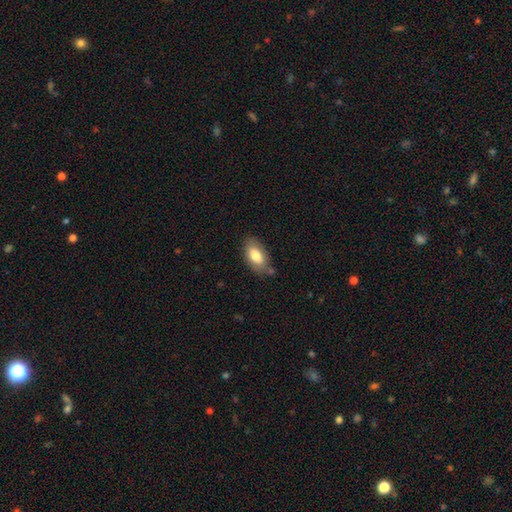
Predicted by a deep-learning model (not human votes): smooth 79%, featured or disk 14%, star or artifact 7%. Down the decision tree: how rounded — in between (93%); merging — none (74%).